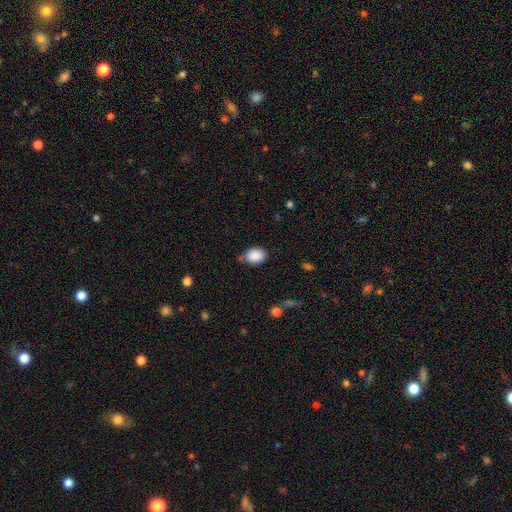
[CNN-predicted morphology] smooth 88%, star or artifact 7%, featured or disk 4%. Down the decision tree: how rounded — in between (76%); merging — none (71%).